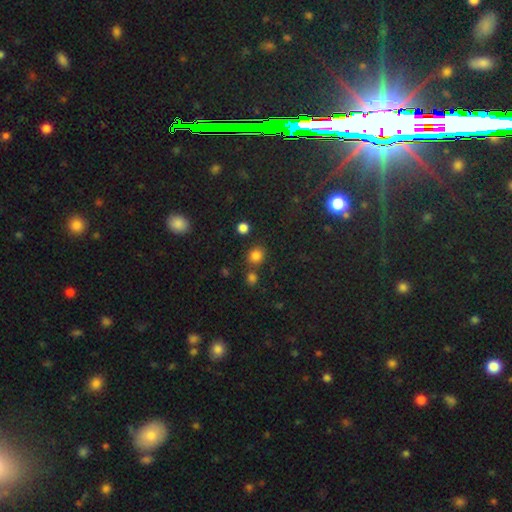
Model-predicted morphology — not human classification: A smooth galaxy with no disk features (80%) that is round (80%).

Vote fractions:
- Smooth or featured? smooth: 80% / star or artifact: 15% / featured or disk: 5%
- How rounded? round: 80% / in between: 19% / cigar-shaped: 1%
- Merging? none: 75% / merger: 13% / minor disturbance: 9% / major disturbance: 3%